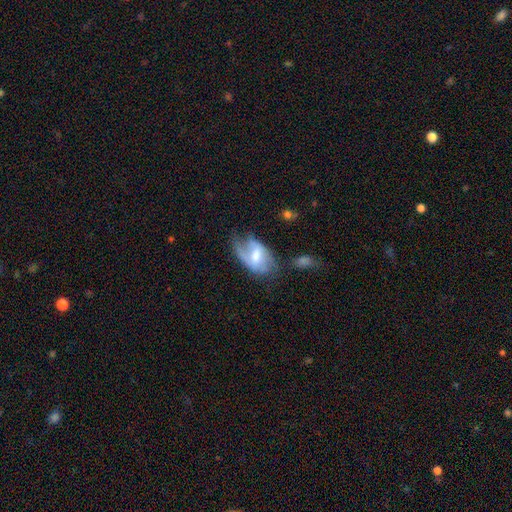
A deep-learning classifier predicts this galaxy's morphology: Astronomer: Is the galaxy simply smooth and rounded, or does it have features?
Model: featured or disk — 58% (runner-up: smooth, 35%).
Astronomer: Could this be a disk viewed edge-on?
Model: no — 95%.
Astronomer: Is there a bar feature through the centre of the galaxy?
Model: weak — 52% (runner-up: no, 27%).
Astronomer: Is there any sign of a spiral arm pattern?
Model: yes — 75%.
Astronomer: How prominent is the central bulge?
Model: moderate — 53%.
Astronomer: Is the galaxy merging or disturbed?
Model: none — 36% (runner-up: minor disturbance, 30%).